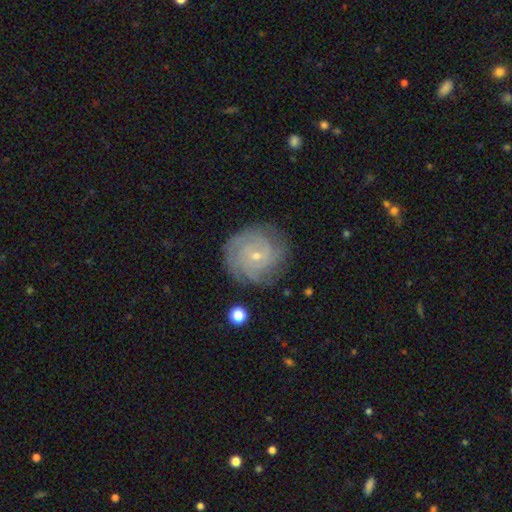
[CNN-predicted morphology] A featured or disk galaxy (78%) with no bar (71%), tight (73%) spiral arms (95%) and a small central bulge (78%).

Vote fractions:
- Smooth or featured? featured or disk: 78% / smooth: 15% / star or artifact: 8%
- Edge-on disk? no: 97% / yes: 3%
- Bar? no: 71% / weak: 25% / strong: 4%
- Spiral arms? yes: 95% / no: 5%
- Spiral winding? tight: 73% / medium: 22% / loose: 5%
- Spiral arm count? can't tell: 33% / 3: 21% / 4: 19% / 2: 13% / more than 4: 7% / 1: 7%
- Bulge size? small: 78% / moderate: 18% / none: 2% / large: 1% / dominant: 1%
- Merging? none: 81% / minor disturbance: 14% / major disturbance: 4% / merger: 1%